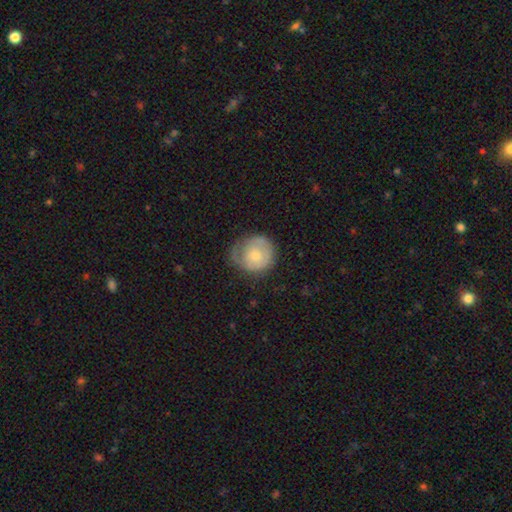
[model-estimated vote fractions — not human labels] smooth-or-featured: smooth: 57% | featured or disk: 36% | star or artifact: 6%
  how-rounded: round: 88% | in between: 11% | cigar-shaped: 1%
  merging: none: 55% | minor disturbance: 29% | major disturbance: 14% | merger: 2%